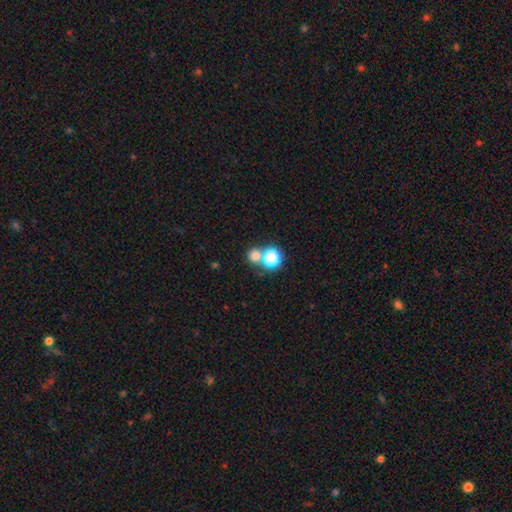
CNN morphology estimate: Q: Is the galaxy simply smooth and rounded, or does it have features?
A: smooth — 71%.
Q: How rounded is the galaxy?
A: round — 88%.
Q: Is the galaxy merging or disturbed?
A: none — 60%.